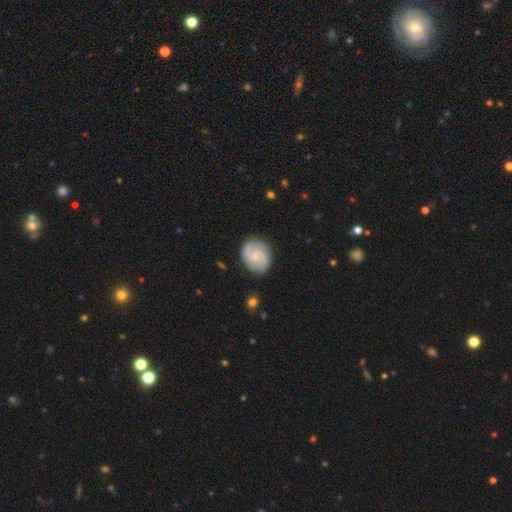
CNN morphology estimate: featured or disk 76%, smooth 19%, star or artifact 5%. Down the decision tree: edge-on disk — no (98%); bar — no (51%); spiral arms — yes (96%); spiral arm count — 2 (83%); spiral winding — medium (47%); bulge size — small (66%); merging — none (83%).